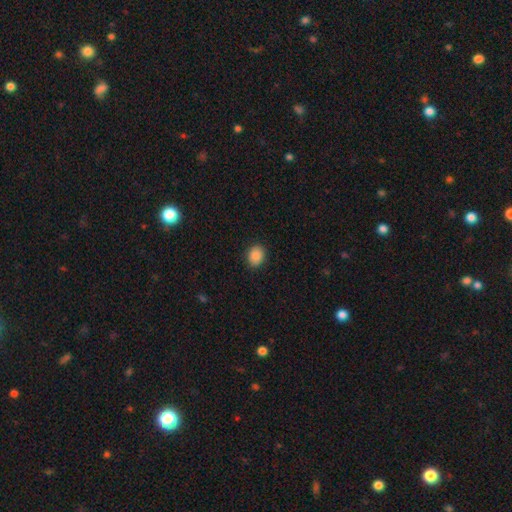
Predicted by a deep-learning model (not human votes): smooth 88%, star or artifact 9%, featured or disk 3%. Down the decision tree: how rounded — round (55%); merging — none (89%).